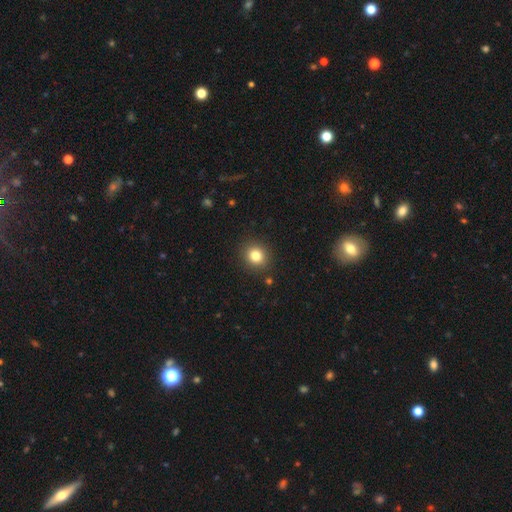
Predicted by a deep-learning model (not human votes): Smooth or featured?
  - smooth: 81% *
  - star or artifact: 12%
  - featured or disk: 7%
How rounded?
  - round: 83% *
  - in between: 16%
  - cigar-shaped: 1%
Merging?
  - none: 90% *
  - minor disturbance: 7%
  - major disturbance: 2%
  - merger: 1%